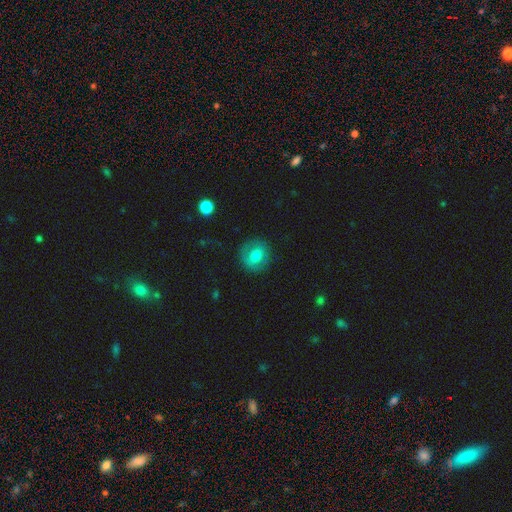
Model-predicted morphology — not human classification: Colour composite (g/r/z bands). It shows a smooth galaxy with no disk features (67%) that is round (82%). Merging: none (84%).